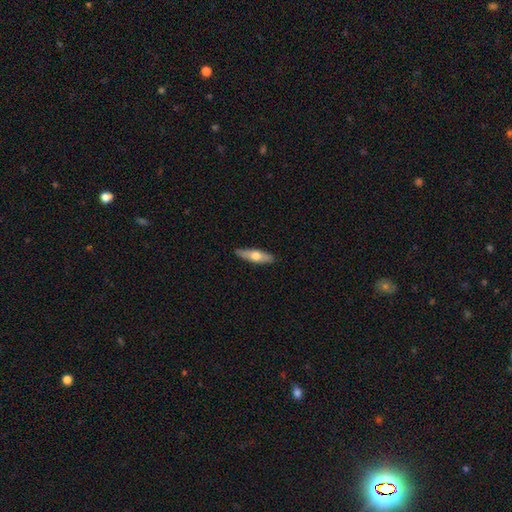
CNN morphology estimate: smooth_or_featured: smooth (p=0.54) [alt: featured or disk p=0.41]
how_rounded: cigar-shaped (p=0.55) [alt: in between p=0.42]
merging: none (p=0.87) [alt: minor disturbance p=0.10]